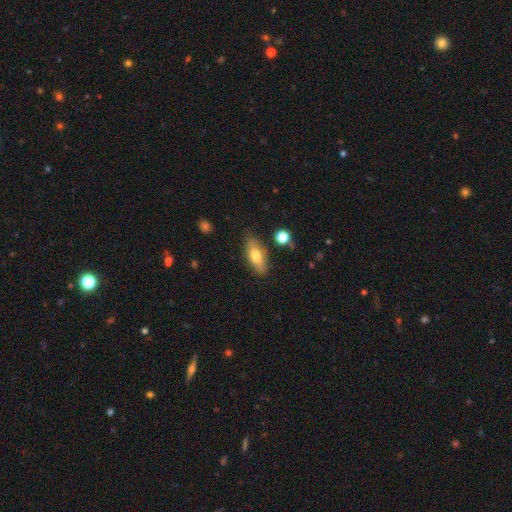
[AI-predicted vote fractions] Morphology: type=smooth (72%); roundness=in between (76%); merging=none (78%).